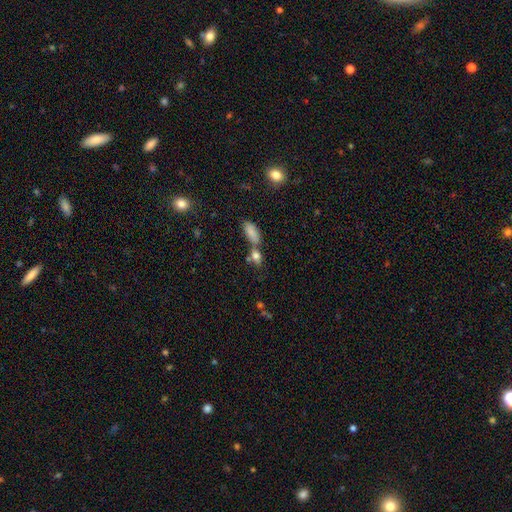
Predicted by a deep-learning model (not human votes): This is likely a smooth galaxy (77%). How rounded: likely in between (73%). Merging: marginally none (43%).